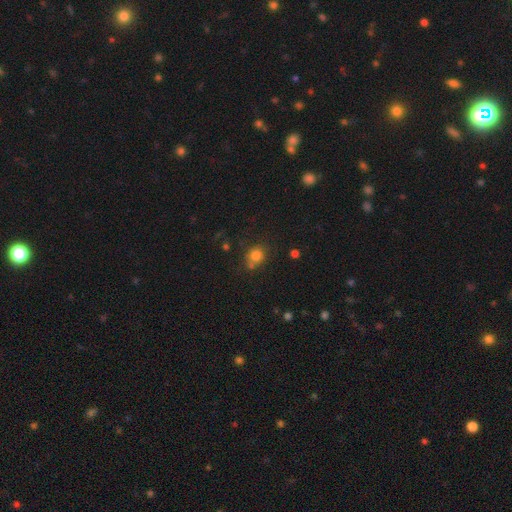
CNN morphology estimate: A smooth galaxy with no disk features (79%) that is round (74%).

Vote fractions:
- Smooth or featured? smooth: 79% / star or artifact: 13% / featured or disk: 8%
- How rounded? round: 74% / in between: 25% / cigar-shaped: 1%
- Merging? none: 61% / minor disturbance: 18% / merger: 15% / major disturbance: 6%